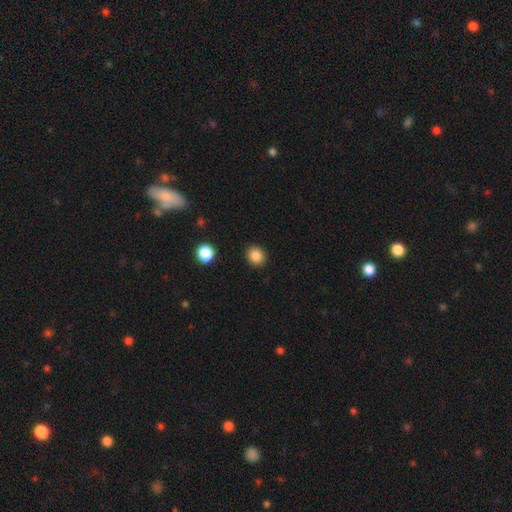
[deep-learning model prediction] Smooth or featured?
  - smooth: 85% *
  - star or artifact: 10%
  - featured or disk: 4%
How rounded?
  - round: 81% *
  - in between: 19%
  - cigar-shaped: 1%
Merging?
  - none: 91% *
  - minor disturbance: 6%
  - major disturbance: 2%
  - merger: 2%